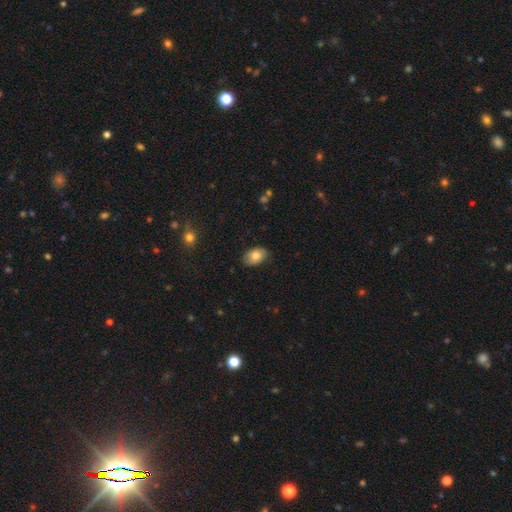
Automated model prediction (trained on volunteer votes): The model was most divided on "smooth or featured": smooth: 77%, featured or disk: 16%, star or artifact: 8%. More confident: how rounded — in between (90%); merging — none (81%).